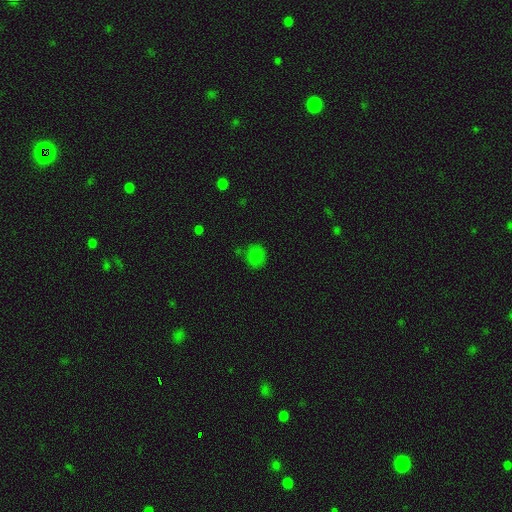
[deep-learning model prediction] Overall: smooth (79%). How rounded: round (76%). Merging: none (75%).